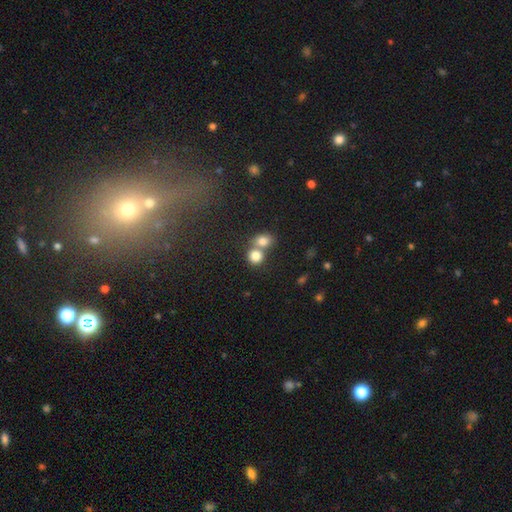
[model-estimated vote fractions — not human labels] Overall: smooth (80%). How rounded: round (73%). Merging: merger (55%; none 36%).